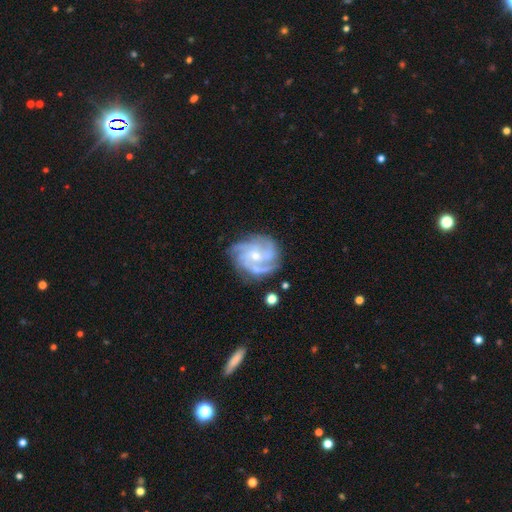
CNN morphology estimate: type=featured or disk (87%); edge-on=no (98%); bar=no (62%); spiral arms=yes (97%); winding=tight (51%); arm count=3 (35%); bulge=small (61%); merging=none (73%).